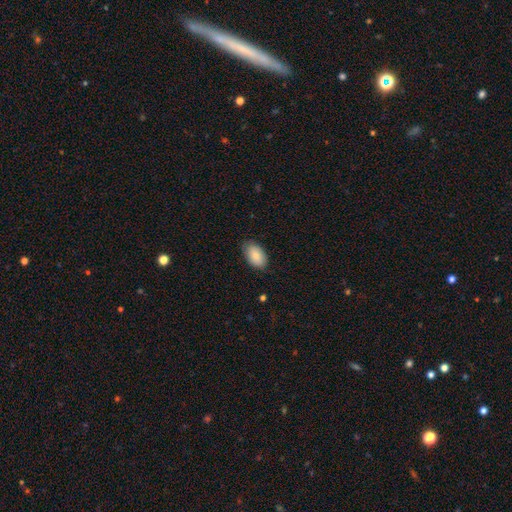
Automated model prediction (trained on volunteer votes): smooth 88%, star or artifact 6%, featured or disk 6%. Down the decision tree: how rounded — in between (93%); merging — none (81%).